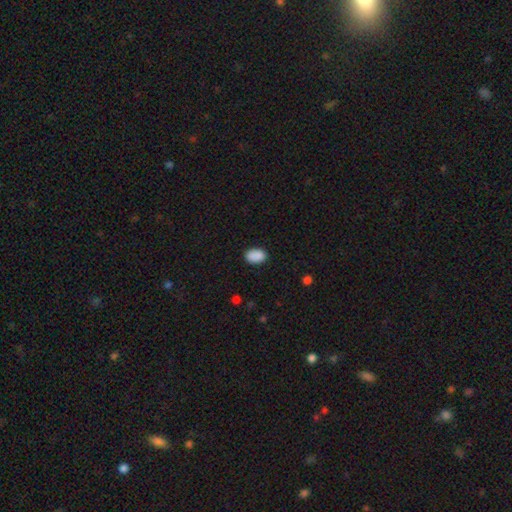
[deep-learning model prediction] smooth 89%, star or artifact 8%, featured or disk 3%. Down the decision tree: how rounded — in between (87%); merging — none (84%).